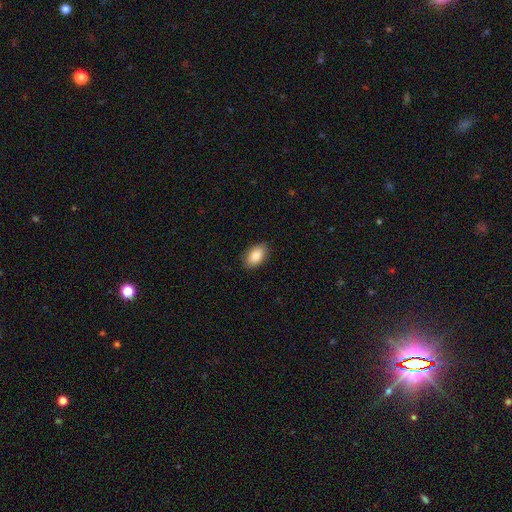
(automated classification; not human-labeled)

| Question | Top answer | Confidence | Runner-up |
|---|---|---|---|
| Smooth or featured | smooth | 87% | featured or disk (7%) |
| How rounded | in between | 93% | round (6%) |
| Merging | none | 88% | minor disturbance (9%) |